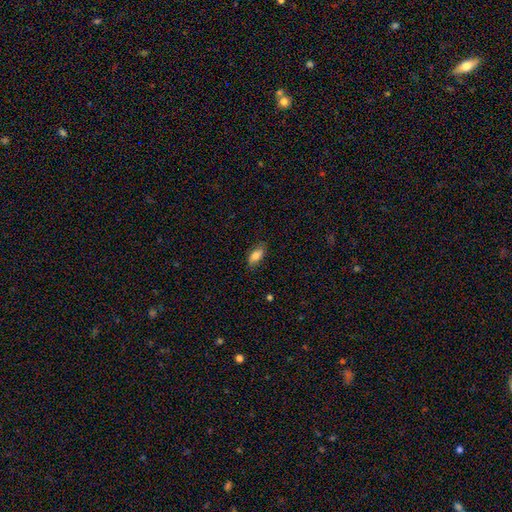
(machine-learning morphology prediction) smooth 79%, featured or disk 14%, star or artifact 7%. Down the decision tree: how rounded — in between (83%); merging — none (77%).